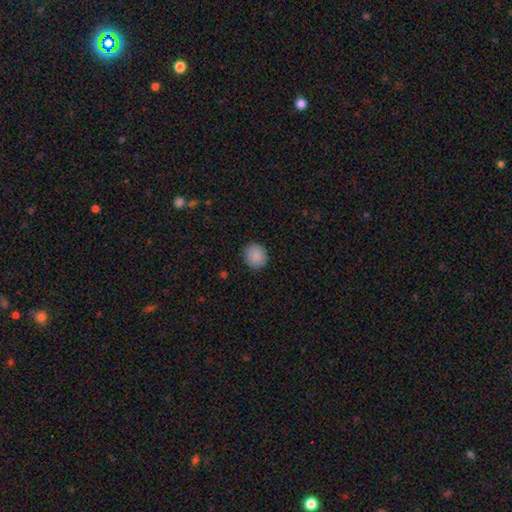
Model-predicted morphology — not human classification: Smooth or featured: smooth — 89% (star or artifact — 8%)
How rounded: round — 84% (in between — 15%)
Merging: none — 89% (minor disturbance — 8%)